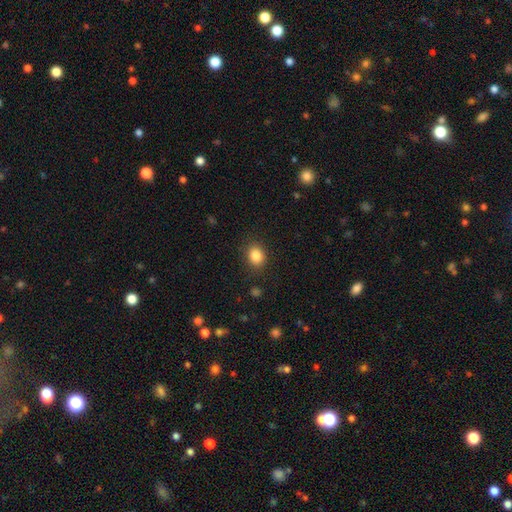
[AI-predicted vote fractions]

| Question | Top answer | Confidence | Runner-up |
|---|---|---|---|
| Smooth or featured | smooth | 85% | star or artifact (10%) |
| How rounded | round | 57% | in between (42%) |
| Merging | none | 86% | minor disturbance (10%) |